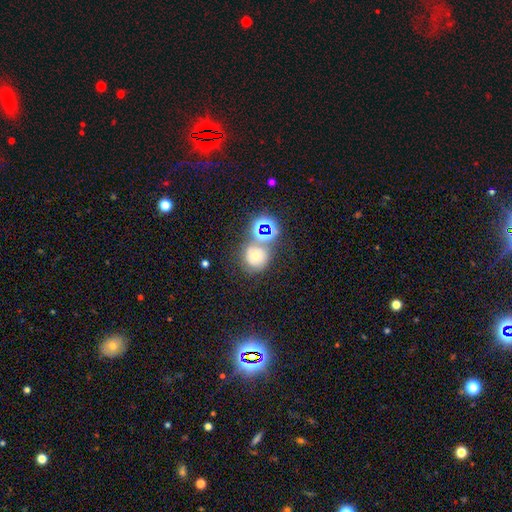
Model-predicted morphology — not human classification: smooth-or-featured: smooth: 52% | star or artifact: 29% | featured or disk: 20%
  how-rounded: round: 87% | in between: 12% | cigar-shaped: 1%
  merging: none: 55% | merger: 24% | minor disturbance: 13% | major disturbance: 7%